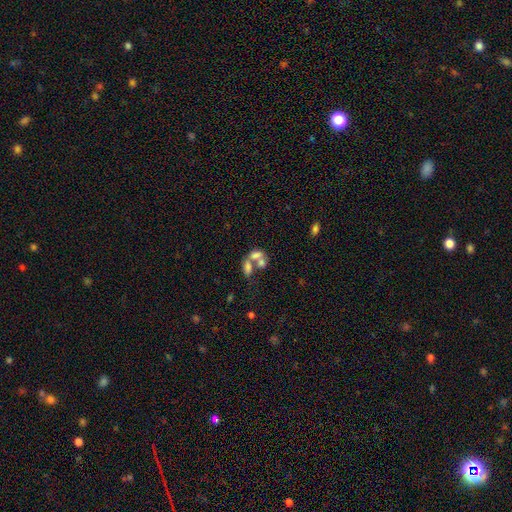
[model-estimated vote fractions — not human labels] smooth-or-featured: smooth: 61% | featured or disk: 27% | star or artifact: 13%
  how-rounded: in between: 81% | round: 16% | cigar-shaped: 3%
  merging: merger: 68% | none: 18% | major disturbance: 8% | minor disturbance: 7%